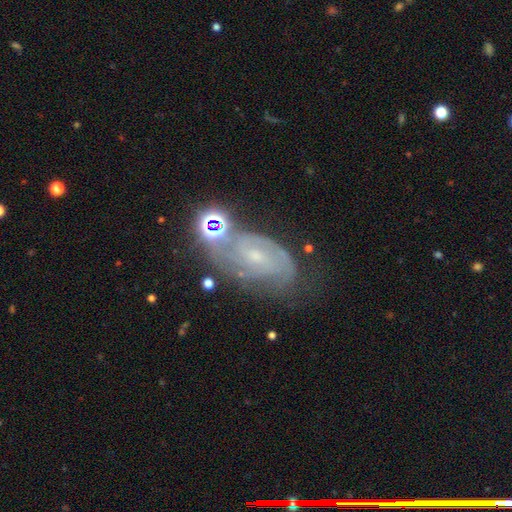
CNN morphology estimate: This is clearly a featured or disk galaxy (80%). It is clearly not viewed edge-on (96%). Bar: possibly no (51%). Spiral arm pattern: clearly yes (95%). Spiral arm count: possibly 2 (54%). Spiral winding: possibly tight (58%). Central bulge: likely small (69%). Merging: possibly none (56%).